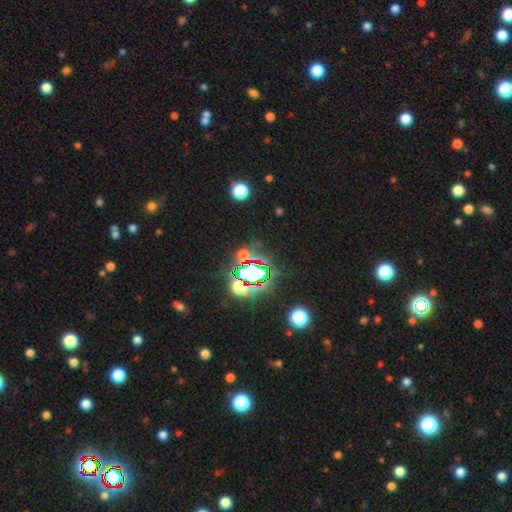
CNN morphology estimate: This appears to be a star or artifact, not a galaxy (80%).